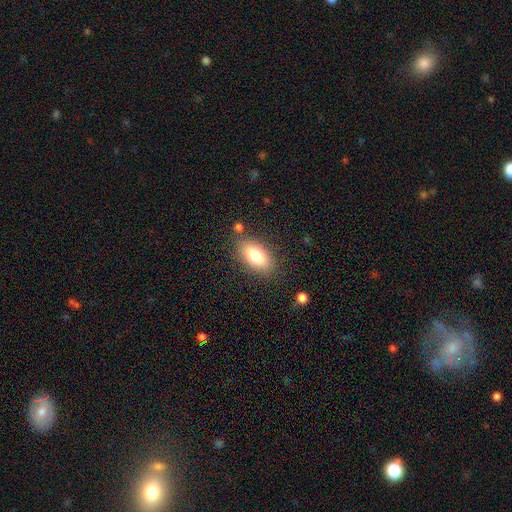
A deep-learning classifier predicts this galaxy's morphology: Smooth or featured: smooth — 81% (featured or disk — 12%)
How rounded: in between — 91% (cigar-shaped — 4%)
Merging: none — 81% (minor disturbance — 12%)